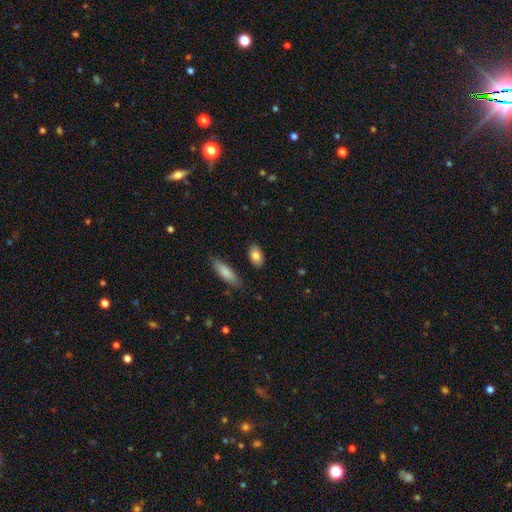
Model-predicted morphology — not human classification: A smooth galaxy with no disk features (84%) that is in between round and cigar-shaped (89%). Merging: none (85%).